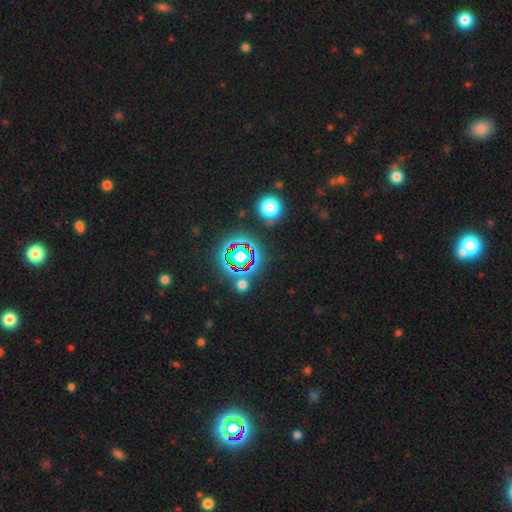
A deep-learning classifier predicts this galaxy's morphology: Overall: star or artifact (76%).